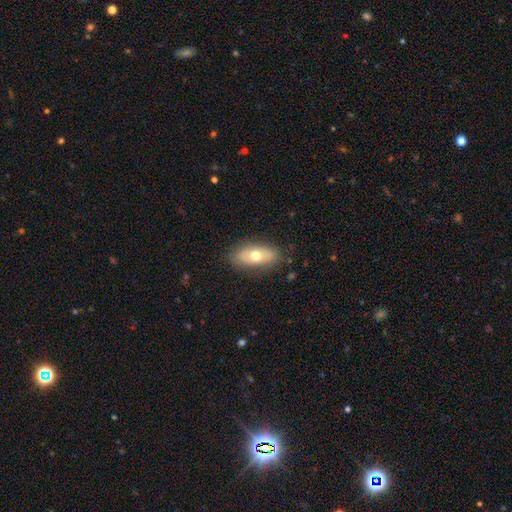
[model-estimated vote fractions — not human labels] Smooth or featured? smooth (63%)
How rounded? in between (85%)
Merging? none (84%)